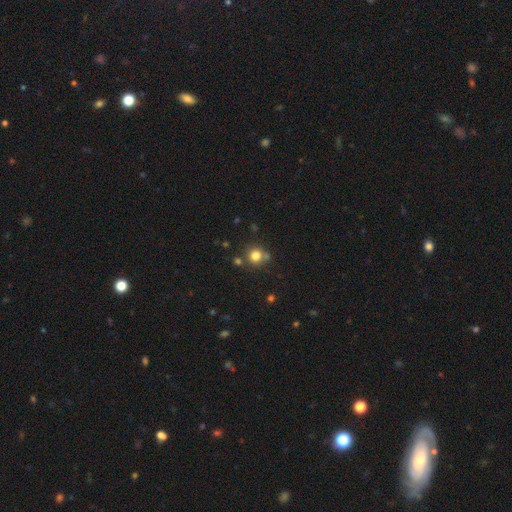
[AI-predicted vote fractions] This is likely a smooth galaxy (79%). How rounded: clearly round (90%). Merging: likely none (70%).